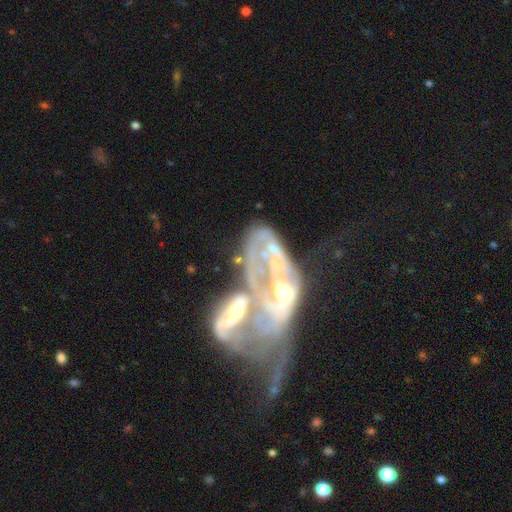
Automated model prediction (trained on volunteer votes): This appears to be a featured or disk galaxy (74%) with no bar (75%), no spiral arms (51%) and a moderate central bulge (46%). Merging: merger (77%).